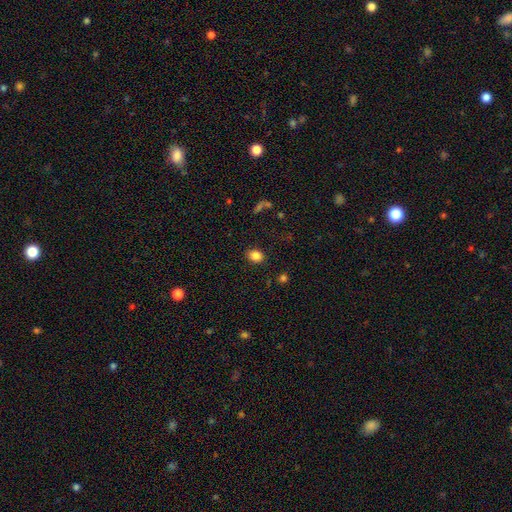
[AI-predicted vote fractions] Morphology: type=smooth (84%); roundness=in between (66%); merging=none (87%).